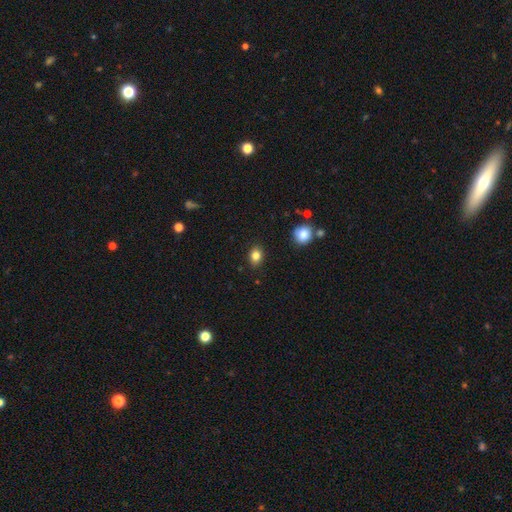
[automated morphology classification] The model was most divided on "how rounded": in between: 54%, round: 45%, cigar-shaped: 1%. More confident: merging — none (88%); smooth or featured — smooth (83%).